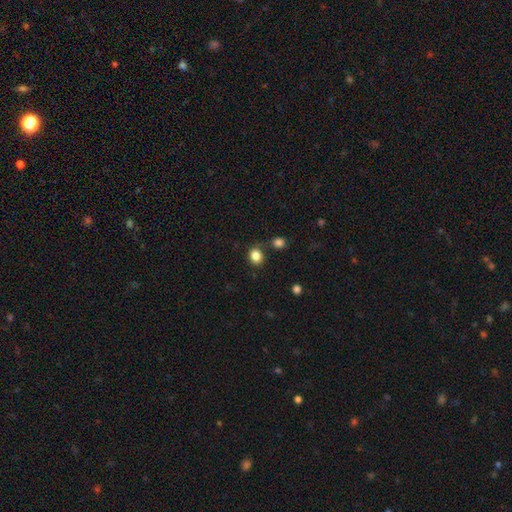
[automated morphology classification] smooth-or-featured: smooth: 85% | star or artifact: 11% | featured or disk: 5%
  how-rounded: round: 71% | in between: 28% | cigar-shaped: 1%
  merging: none: 70% | minor disturbance: 13% | merger: 12% | major disturbance: 4%